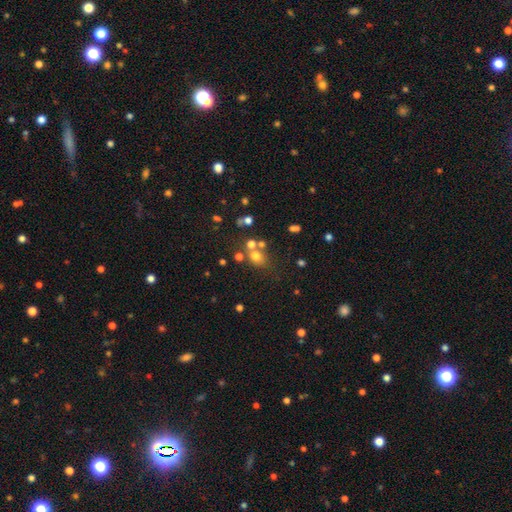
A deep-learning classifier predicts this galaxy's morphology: A smooth galaxy with no disk features (67%) that is round (68%). Merging: none (55%).